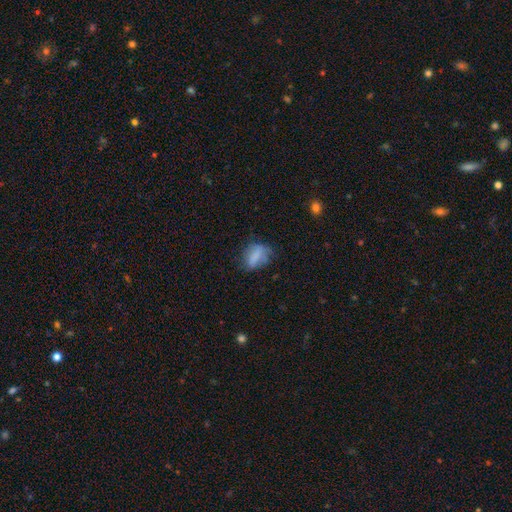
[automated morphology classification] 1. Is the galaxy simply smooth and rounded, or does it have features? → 70% smooth, 19% featured or disk, 10% star or artifact.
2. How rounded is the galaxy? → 79% in between, 14% round, 7% cigar-shaped.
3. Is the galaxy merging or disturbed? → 47% none, 32% minor disturbance, 18% major disturbance, 3% merger.